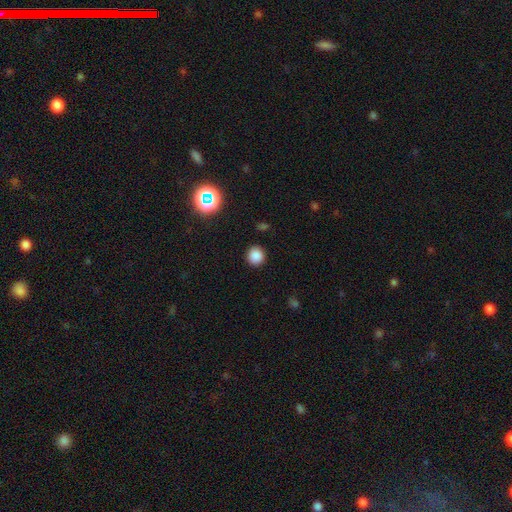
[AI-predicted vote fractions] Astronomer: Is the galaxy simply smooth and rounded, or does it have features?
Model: smooth — 84%.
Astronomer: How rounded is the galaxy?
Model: round — 90%.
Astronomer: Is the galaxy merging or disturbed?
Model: none — 90%.